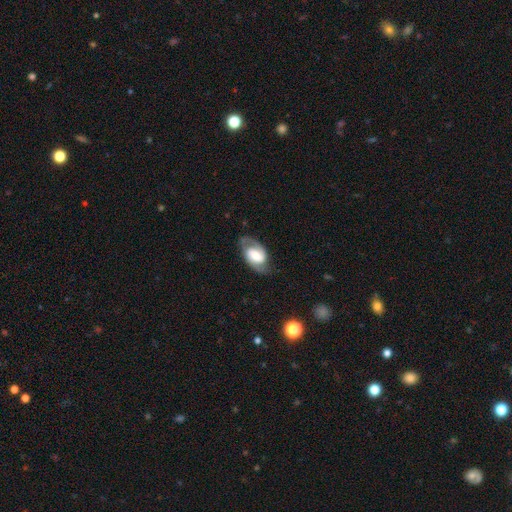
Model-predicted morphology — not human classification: Overall: featured or disk (72%). Edge-on disk: no (95%). Bar: weak (42%; no 32%). Spiral arms: yes (87%). Spiral arm count: 2 (87%). Spiral winding: medium (48%; tight 30%). Bulge size: moderate (47%; large 26%). Merging: none (74%).